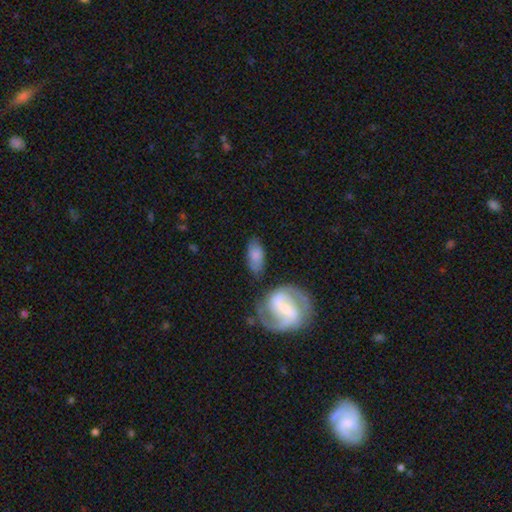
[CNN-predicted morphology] A smooth galaxy with no disk features (66%) that is in between round and cigar-shaped (87%).

Vote fractions:
- Smooth or featured? smooth: 66% / featured or disk: 26% / star or artifact: 7%
- How rounded? in between: 87% / cigar-shaped: 8% / round: 5%
- Merging? none: 63% / minor disturbance: 21% / merger: 9% / major disturbance: 8%